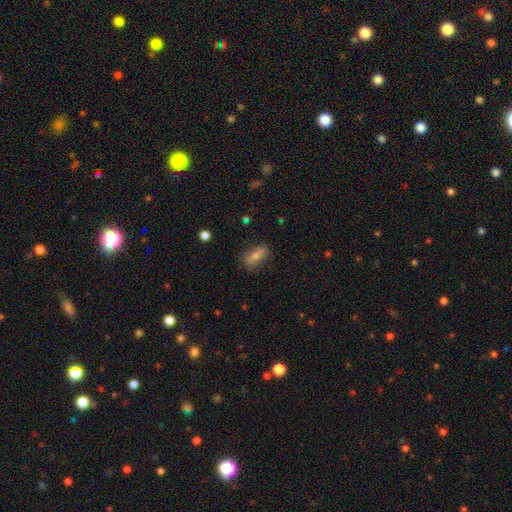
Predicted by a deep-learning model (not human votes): Smooth or featured: smooth — 58% (featured or disk — 29%)
How rounded: in between — 67% (cigar-shaped — 25%)
Merging: none — 80% (minor disturbance — 15%)